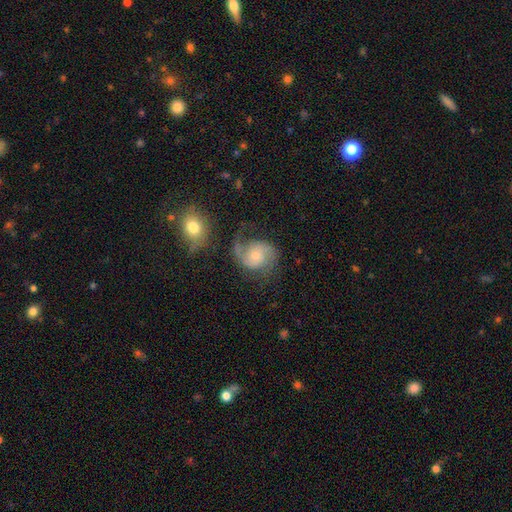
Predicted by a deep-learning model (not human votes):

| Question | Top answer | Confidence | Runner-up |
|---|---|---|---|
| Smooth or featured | featured or disk | 82% | smooth (12%) |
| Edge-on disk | no | 98% | yes (2%) |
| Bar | no | 66% | weak (29%) |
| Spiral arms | yes | 96% | no (4%) |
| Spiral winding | medium | 50% | loose (33%) |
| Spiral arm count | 2 | 85% | 1 (8%) |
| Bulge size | small | 46% | moderate (42%) |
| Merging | none | 57% | minor disturbance (20%) |